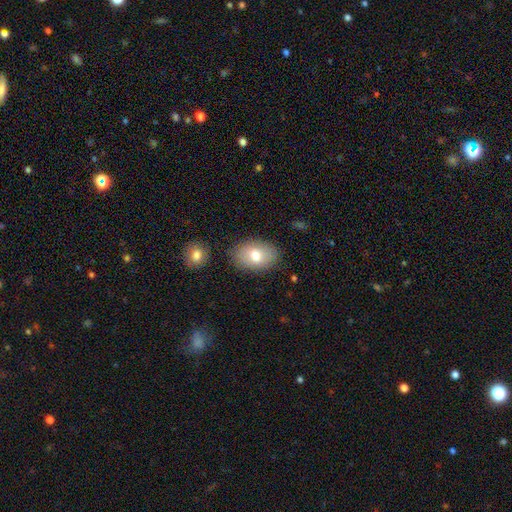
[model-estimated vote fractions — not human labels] This is likely a smooth galaxy (76%). How rounded: clearly in between (83%). Merging: clearly none (83%).